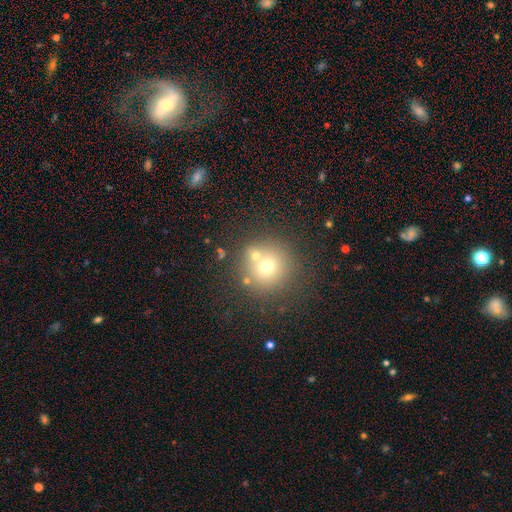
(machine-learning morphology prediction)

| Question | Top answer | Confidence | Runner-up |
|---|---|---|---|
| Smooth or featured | smooth | 66% | star or artifact (17%) |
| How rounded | round | 93% | in between (6%) |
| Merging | none | 64% | merger (23%) |